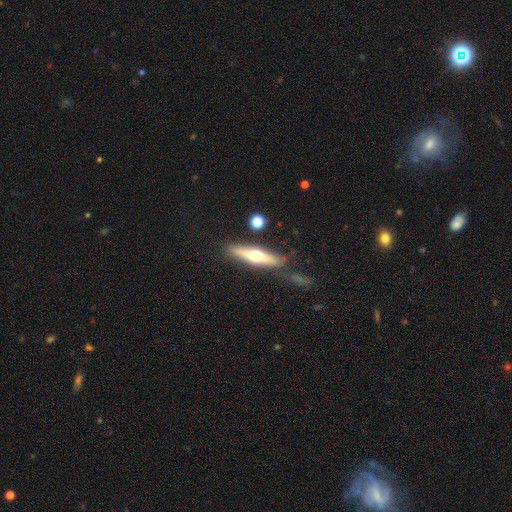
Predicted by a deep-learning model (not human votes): This appears to be a featured or disk galaxy (50%) viewed edge-on (90%). Merging: none (78%).